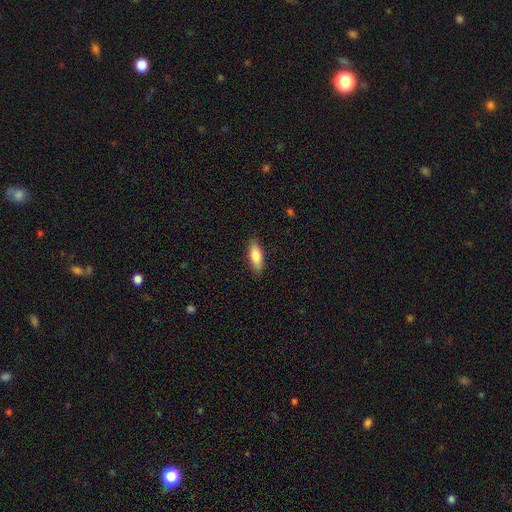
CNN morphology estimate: smooth-or-featured: smooth: 81% | featured or disk: 13% | star or artifact: 6%
  how-rounded: in between: 69% | cigar-shaped: 28% | round: 2%
  merging: none: 87% | minor disturbance: 10% | major disturbance: 2% | merger: 1%